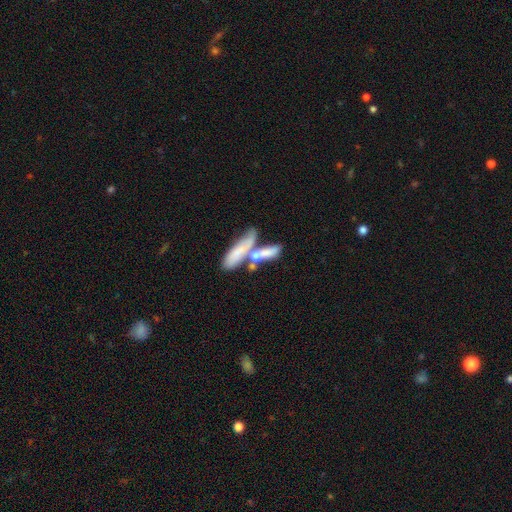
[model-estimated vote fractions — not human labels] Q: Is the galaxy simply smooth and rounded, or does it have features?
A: smooth — 64%.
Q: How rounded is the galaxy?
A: cigar-shaped — 62%.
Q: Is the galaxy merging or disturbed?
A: merger — 47%.